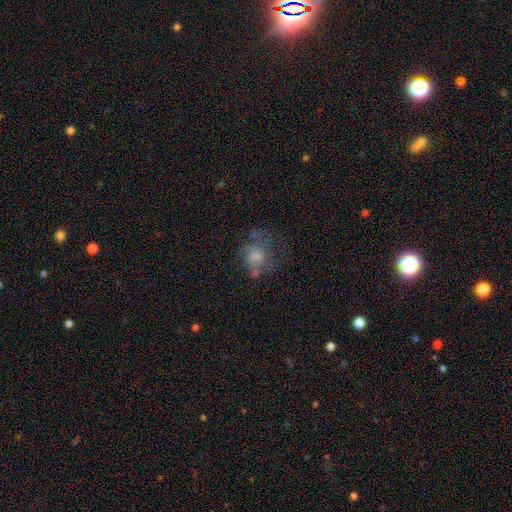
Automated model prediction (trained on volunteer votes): Morphology: type=smooth (46%); merging=none (50%).